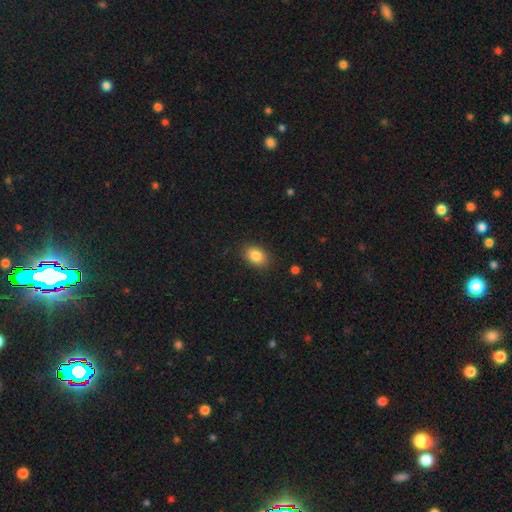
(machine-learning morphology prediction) smooth 85%, star or artifact 9%, featured or disk 6%. Down the decision tree: how rounded — in between (77%); merging — none (86%).